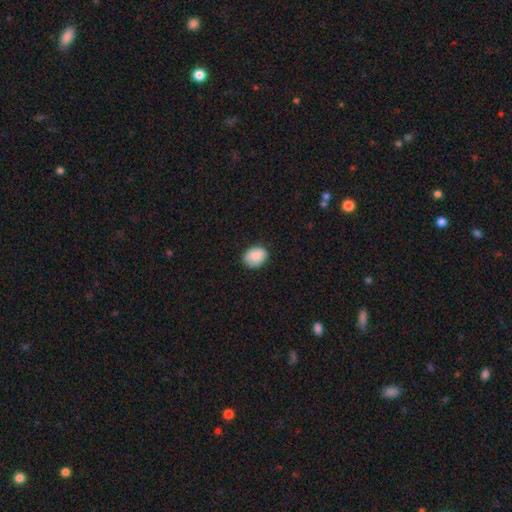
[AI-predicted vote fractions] Q: Smooth or featured?
A: smooth (86%); runner-up: featured or disk (7%)
Q: How rounded?
A: in between (59%); runner-up: round (40%)
Q: Merging?
A: none (82%); runner-up: minor disturbance (15%)